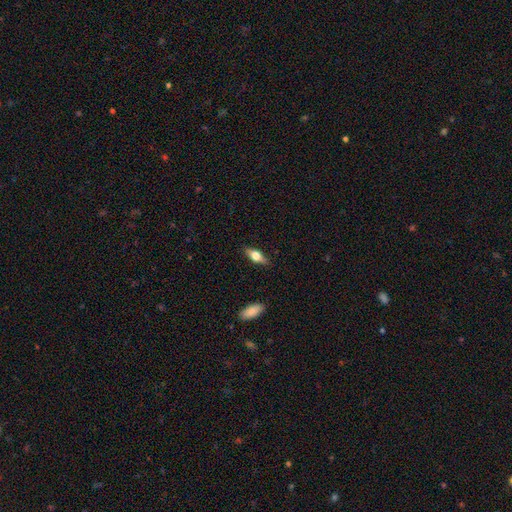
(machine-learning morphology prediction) Q: Smooth or featured?
A: smooth (50%); runner-up: featured or disk (43%)
Q: How rounded?
A: in between (64%); runner-up: cigar-shaped (32%)
Q: Merging?
A: none (85%); runner-up: minor disturbance (11%)